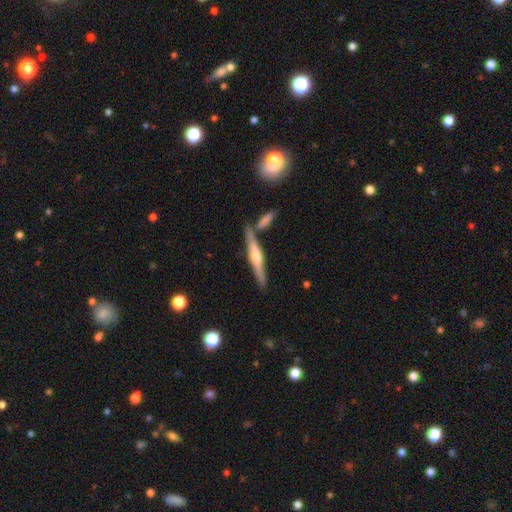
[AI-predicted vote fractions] smooth-or-featured: featured or disk: 64% | smooth: 30% | star or artifact: 6%
  disk-edge-on: yes: 96% | no: 4%
    edge-on-bulge: rounded: 82% | boxy: 10% | none: 8%
  merging: none: 77% | merger: 11% | minor disturbance: 10% | major disturbance: 2%